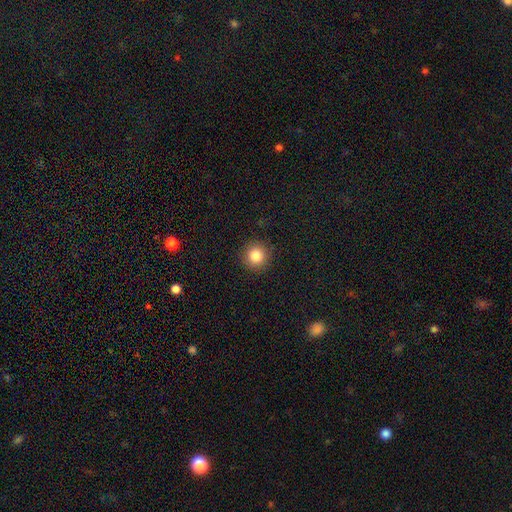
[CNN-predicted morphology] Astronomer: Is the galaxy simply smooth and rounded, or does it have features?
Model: smooth — 84%.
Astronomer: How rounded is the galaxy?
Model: round — 94%.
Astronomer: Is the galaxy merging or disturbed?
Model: none — 91%.